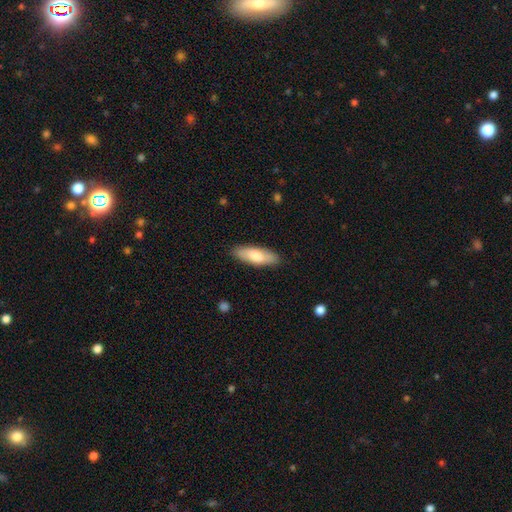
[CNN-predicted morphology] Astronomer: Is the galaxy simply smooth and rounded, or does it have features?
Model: smooth — 76%.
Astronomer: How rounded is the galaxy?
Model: in between — 61% (runner-up: cigar-shaped, 38%).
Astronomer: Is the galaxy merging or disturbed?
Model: none — 87%.